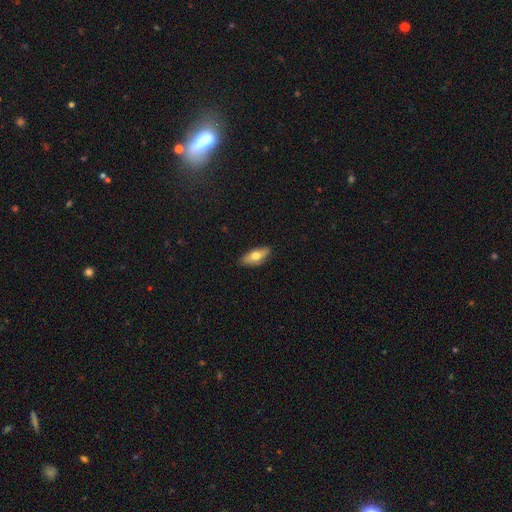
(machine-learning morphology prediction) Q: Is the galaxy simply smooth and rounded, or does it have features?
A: smooth — 66%.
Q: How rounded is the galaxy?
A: in between — 76%.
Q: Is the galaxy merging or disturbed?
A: none — 85%.